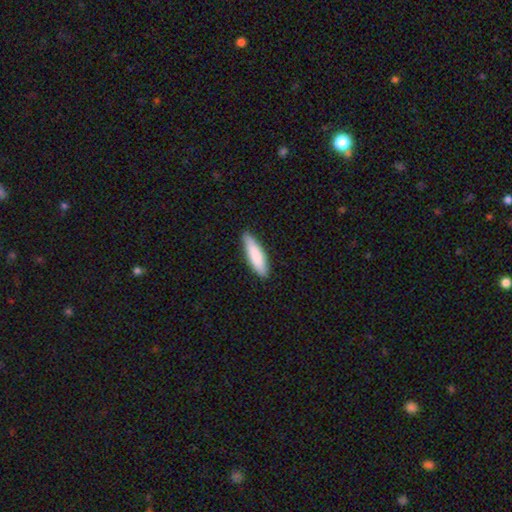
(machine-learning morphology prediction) smooth_or_featured: smooth (p=0.85) [alt: featured or disk p=0.10]
how_rounded: cigar-shaped (p=0.67) [alt: in between p=0.32]
merging: none (p=0.85) [alt: minor disturbance p=0.12]